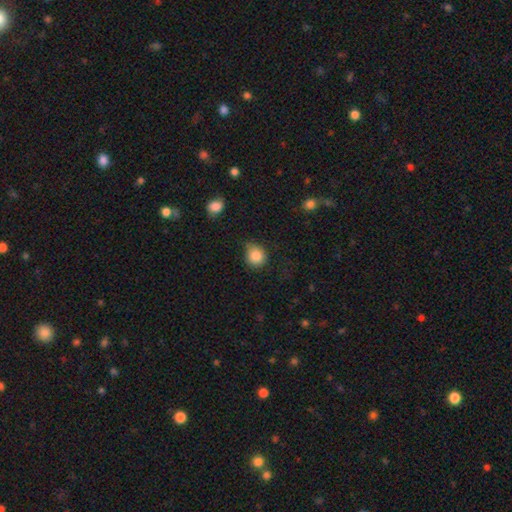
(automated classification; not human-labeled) Overall: smooth (84%). How rounded: round (79%). Merging: none (61%; minor disturbance 29%).